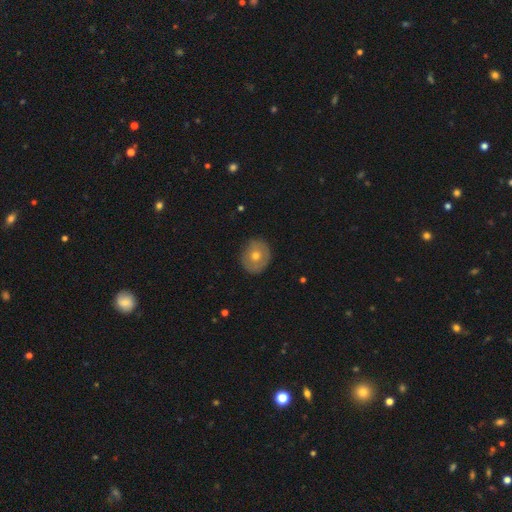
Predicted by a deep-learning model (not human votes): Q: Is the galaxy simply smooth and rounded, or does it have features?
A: smooth — 55%.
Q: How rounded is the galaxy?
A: round — 84%.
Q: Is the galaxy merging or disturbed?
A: none — 86%.